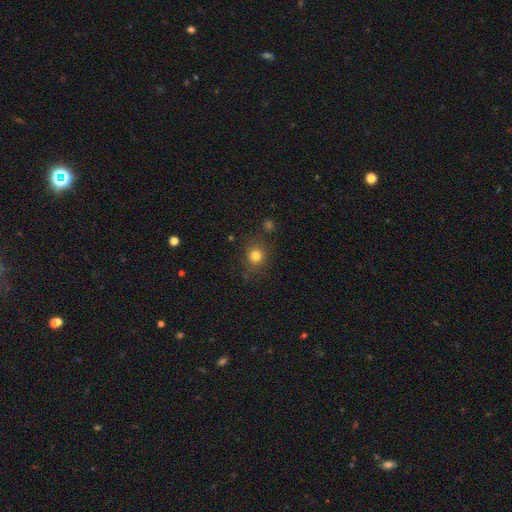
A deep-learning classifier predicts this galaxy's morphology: Smooth or featured? Predicted: smooth (p=0.80). How rounded? Predicted: round (p=0.87). Merging? Predicted: none (p=0.83).